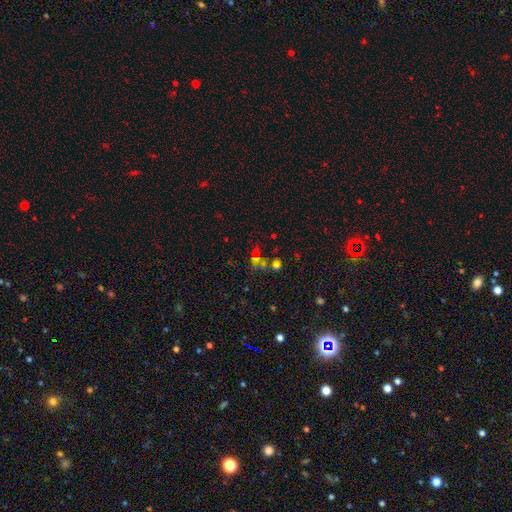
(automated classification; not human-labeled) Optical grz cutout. It shows a star or artifact, not a galaxy (40%).